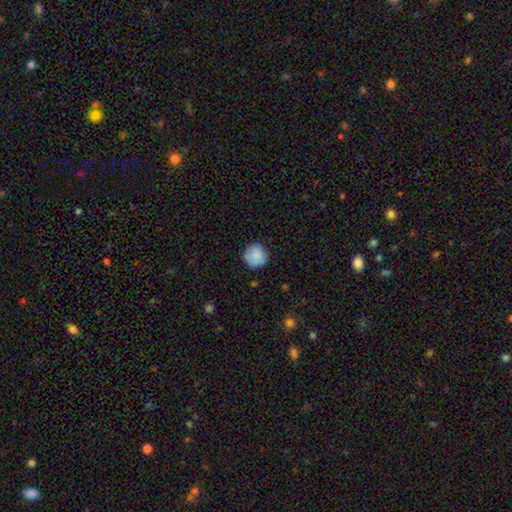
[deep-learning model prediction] Smooth or featured? Predicted: smooth (p=0.87). How rounded? Predicted: round (p=0.94). Merging? Predicted: none (p=0.83).